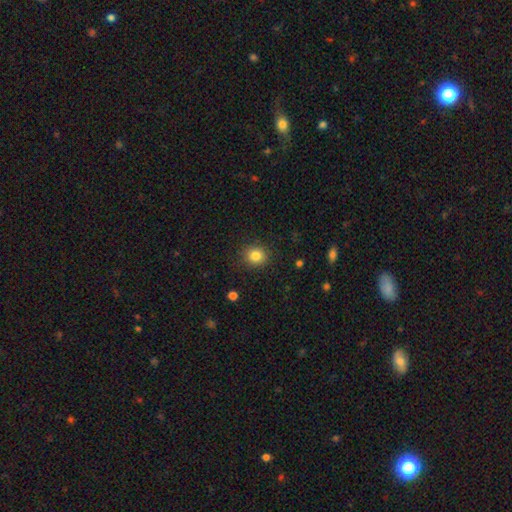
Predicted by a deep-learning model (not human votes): A smooth galaxy with no disk features (83%) that is round (83%). Merging: none (89%).